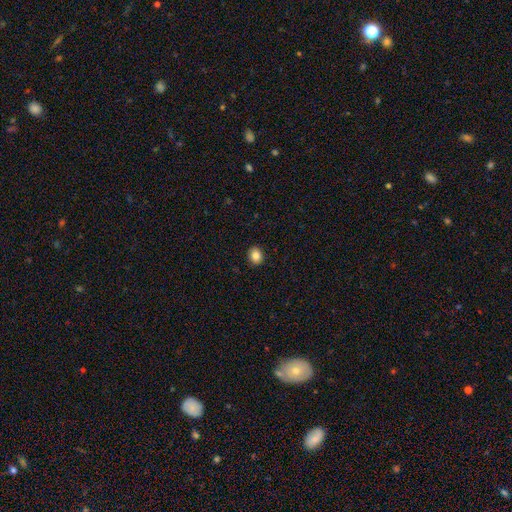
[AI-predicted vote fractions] This is clearly a smooth galaxy (85%). How rounded: possibly round (58%). Merging: clearly none (91%).